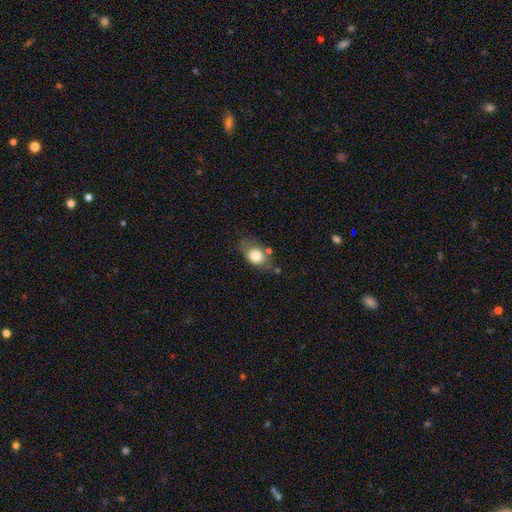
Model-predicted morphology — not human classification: The model was most divided on "how rounded": in between: 65%, round: 34%, cigar-shaped: 1%. More confident: smooth or featured — smooth (77%); merging — none (58%).